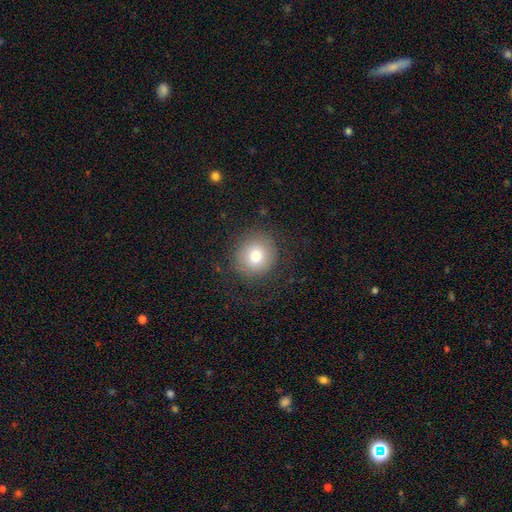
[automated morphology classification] type=smooth (77%); roundness=round (89%); merging=none (82%).